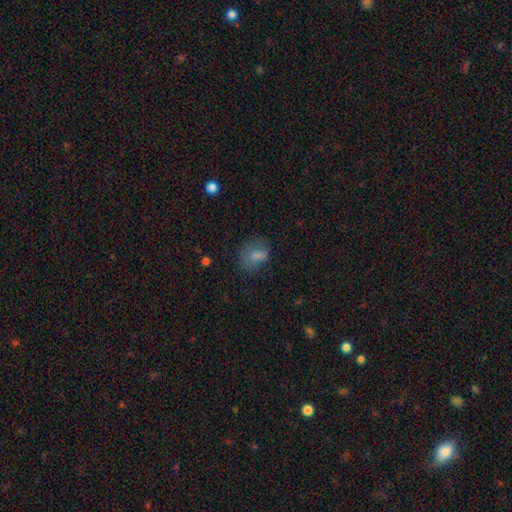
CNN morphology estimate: The model was most divided on "merging": none: 50%, minor disturbance: 27%, major disturbance: 20%, merger: 2%. More confident: smooth or featured — smooth (74%); how rounded — in between (70%).